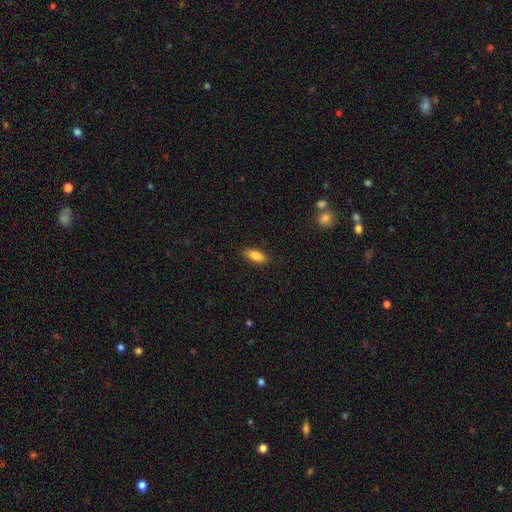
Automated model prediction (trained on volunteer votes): Smooth or featured?
  - smooth: 85% *
  - featured or disk: 7%
  - star or artifact: 7%
How rounded?
  - in between: 83% *
  - cigar-shaped: 14%
  - round: 3%
Merging?
  - none: 87% *
  - minor disturbance: 10%
  - major disturbance: 2%
  - merger: 1%